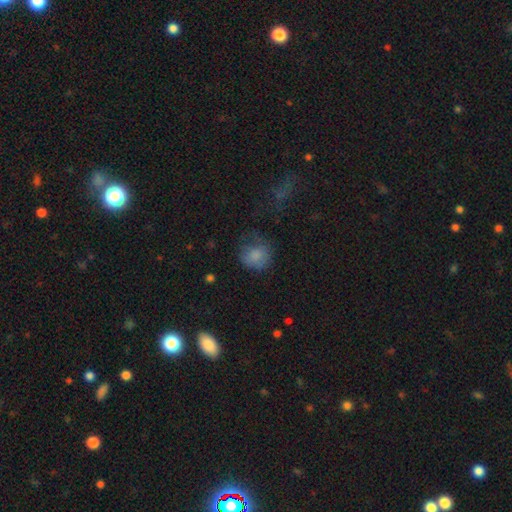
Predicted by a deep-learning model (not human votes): The model was most divided on "merging": none: 48%, minor disturbance: 27%, major disturbance: 23%, merger: 2%. More confident: smooth or featured — smooth (77%); how rounded — round (76%).